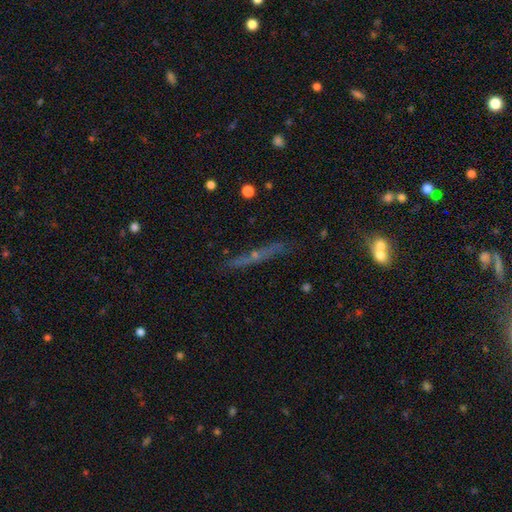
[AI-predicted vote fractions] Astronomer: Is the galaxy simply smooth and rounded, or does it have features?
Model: featured or disk — 59%.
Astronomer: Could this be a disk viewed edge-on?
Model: yes — 91%.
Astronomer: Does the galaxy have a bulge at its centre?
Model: rounded — 63%.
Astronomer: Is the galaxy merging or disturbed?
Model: none — 81%.